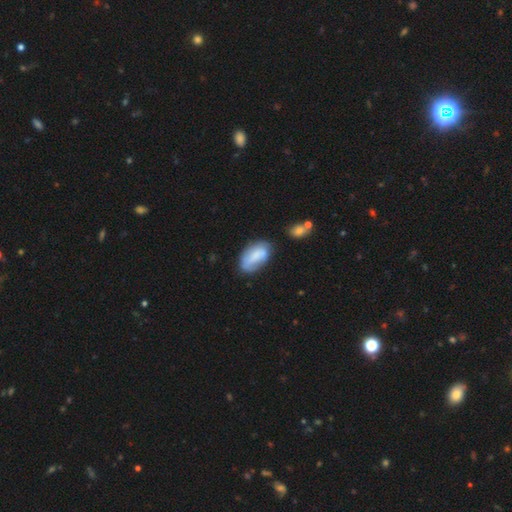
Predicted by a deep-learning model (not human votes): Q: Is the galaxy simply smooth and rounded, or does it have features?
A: smooth — 73%.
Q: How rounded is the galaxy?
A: in between — 93%.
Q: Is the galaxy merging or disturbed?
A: none — 54%.